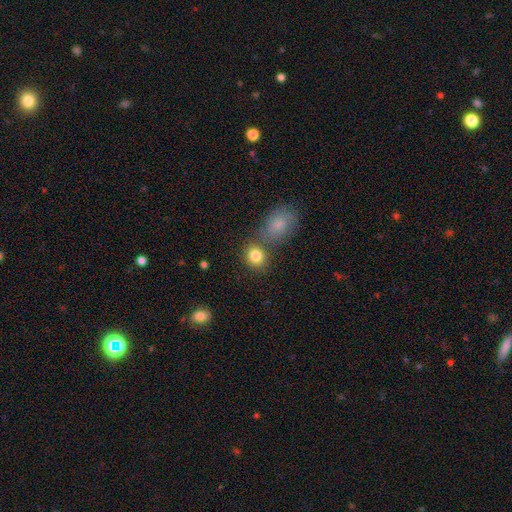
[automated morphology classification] Q: Smooth or featured?
A: smooth (84%); runner-up: star or artifact (9%)
Q: How rounded?
A: round (67%); runner-up: in between (32%)
Q: Merging?
A: none (64%); runner-up: merger (21%)